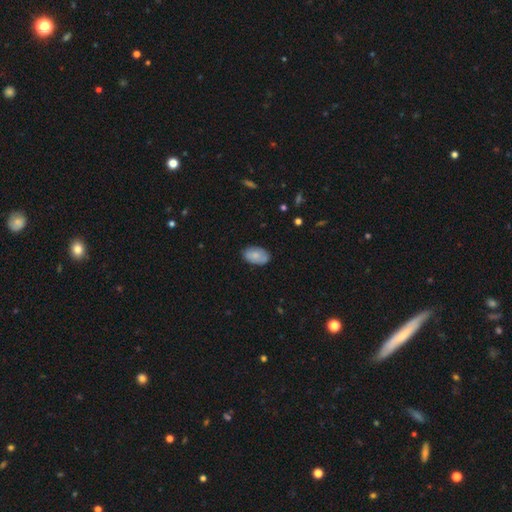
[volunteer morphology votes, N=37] smooth-or-featured: smooth: 86% | featured or disk: 11% | star or artifact: 3%
  how-rounded: in between: 84% | round: 16% | cigar-shaped: 0%
  merging: none: 86% | minor disturbance: 14% | major disturbance: 0% | merger: 0%